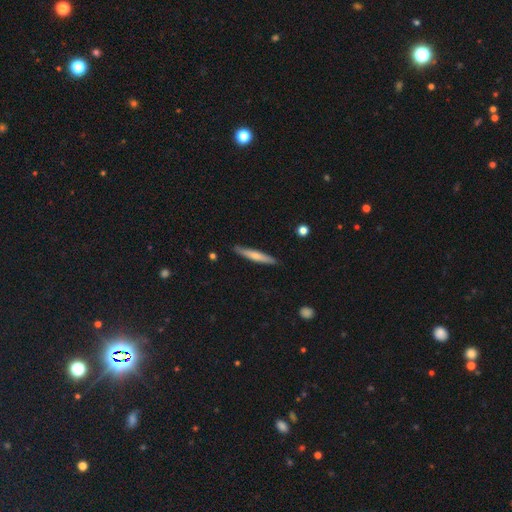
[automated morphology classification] smooth-or-featured: smooth: 60% | featured or disk: 34% | star or artifact: 5%
  how-rounded: cigar-shaped: 94% | in between: 5% | round: 1%
  merging: none: 86% | minor disturbance: 10% | major disturbance: 2% | merger: 1%